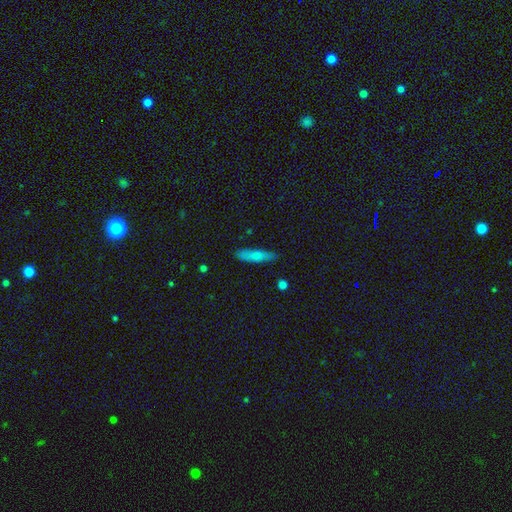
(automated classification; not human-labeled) Smooth or featured? smooth (75%)
How rounded? cigar-shaped (73%)
Merging? none (81%)